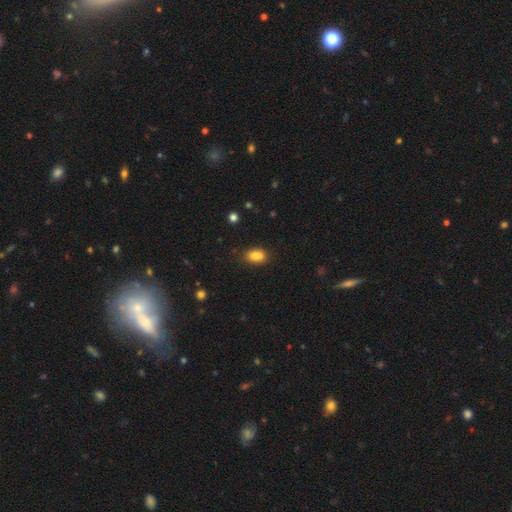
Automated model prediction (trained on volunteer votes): This appears to be a smooth galaxy with no disk features (78%) that is in between round and cigar-shaped (75%). Merging: none (52%).